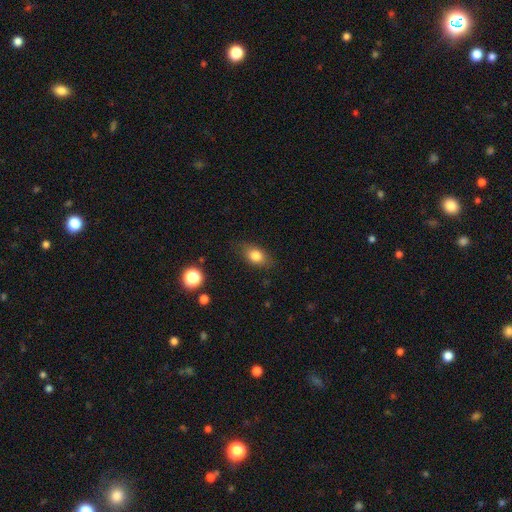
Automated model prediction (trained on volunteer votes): A smooth galaxy with no disk features (78%) that is in between round and cigar-shaped (78%).

Vote fractions:
- Smooth or featured? smooth: 78% / featured or disk: 12% / star or artifact: 9%
- How rounded? in between: 78% / round: 19% / cigar-shaped: 4%
- Merging? none: 79% / minor disturbance: 16% / major disturbance: 4% / merger: 1%